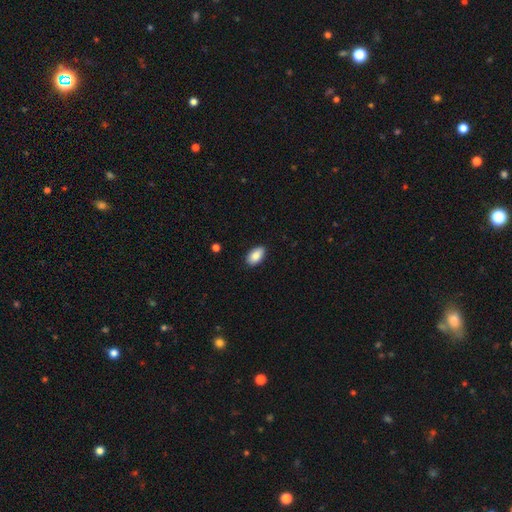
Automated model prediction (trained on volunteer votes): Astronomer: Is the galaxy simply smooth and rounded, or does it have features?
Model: smooth — 88%.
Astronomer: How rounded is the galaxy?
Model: in between — 93%.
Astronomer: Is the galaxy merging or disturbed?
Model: none — 85%.